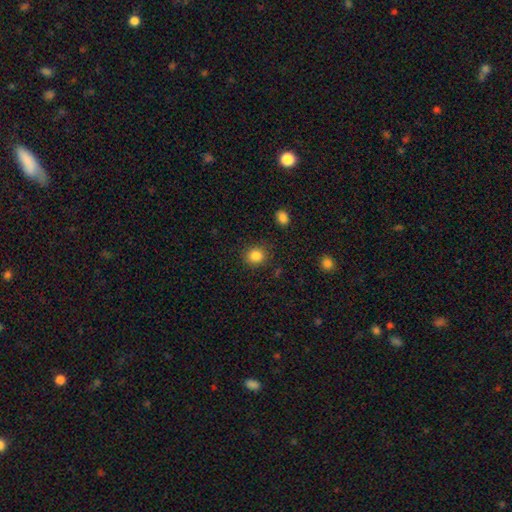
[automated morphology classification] A smooth galaxy with no disk features (85%) that is round (80%). Merging: none (86%).